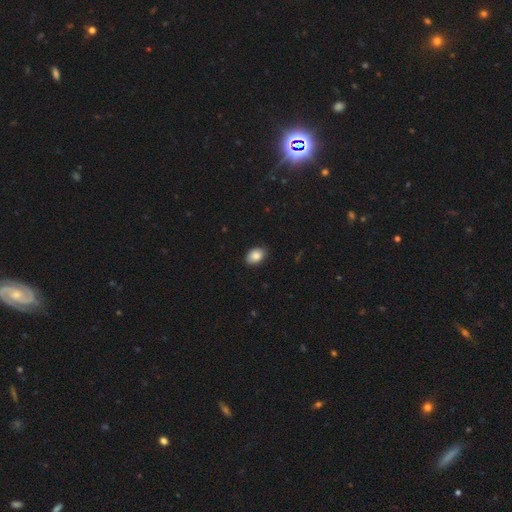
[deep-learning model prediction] Smooth or featured: smooth — 86% (star or artifact — 8%)
How rounded: in between — 83% (round — 16%)
Merging: none — 86% (minor disturbance — 11%)